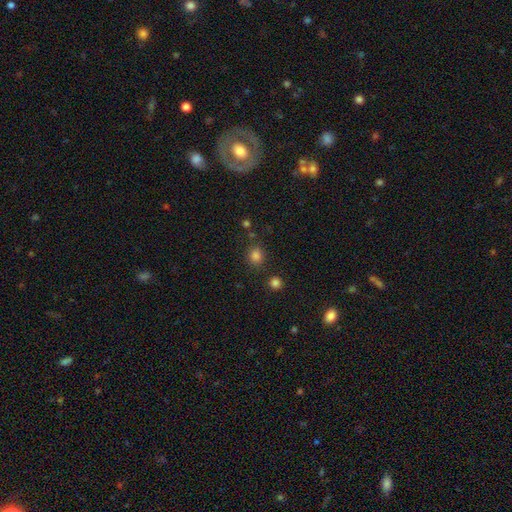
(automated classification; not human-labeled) Smooth or featured? Predicted: smooth (p=0.81). How rounded? Predicted: round (p=0.78). Merging? Predicted: none (p=0.81).